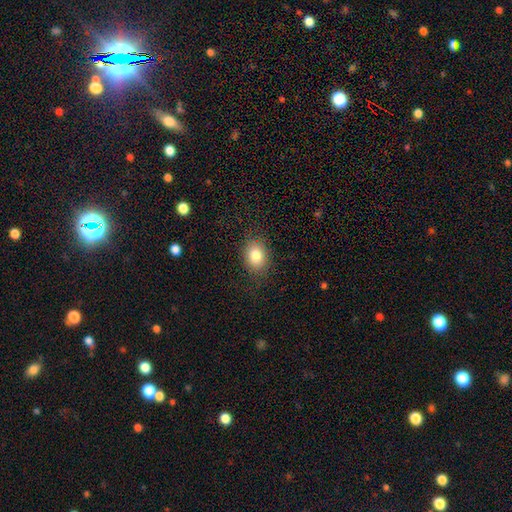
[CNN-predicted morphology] A smooth galaxy with no disk features (82%) that is in between round and cigar-shaped (60%).

Vote fractions:
- Smooth or featured? smooth: 82% / star or artifact: 10% / featured or disk: 8%
- How rounded? in between: 60% / round: 39% / cigar-shaped: 1%
- Merging? none: 84% / minor disturbance: 12% / major disturbance: 4% / merger: 1%